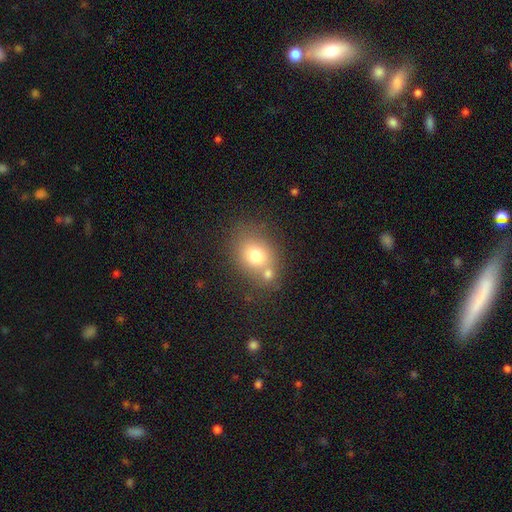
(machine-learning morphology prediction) type=smooth (72%); roundness=round (53%); merging=none (52%).